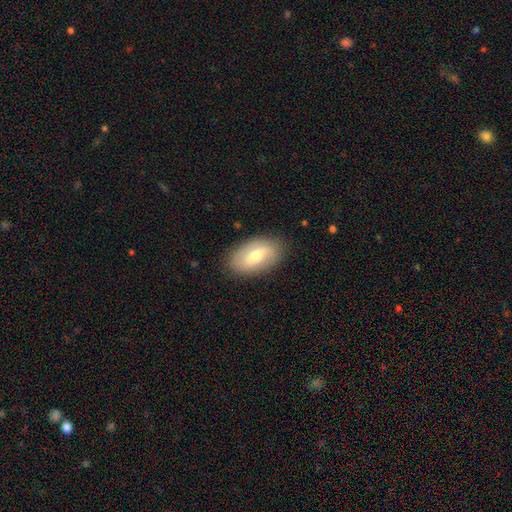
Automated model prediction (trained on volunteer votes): Q: Smooth or featured?
A: smooth (57%); runner-up: featured or disk (36%)
Q: How rounded?
A: in between (92%); runner-up: round (5%)
Q: Merging?
A: none (86%); runner-up: minor disturbance (10%)